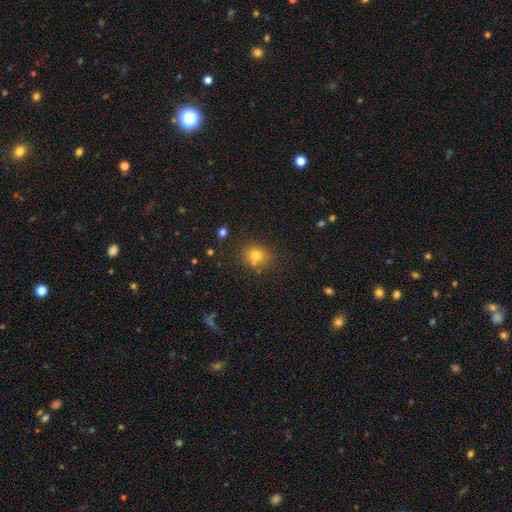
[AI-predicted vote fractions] Smooth or featured: smooth — 76% (star or artifact — 15%)
How rounded: round — 78% (in between — 21%)
Merging: none — 76% (minor disturbance — 13%)